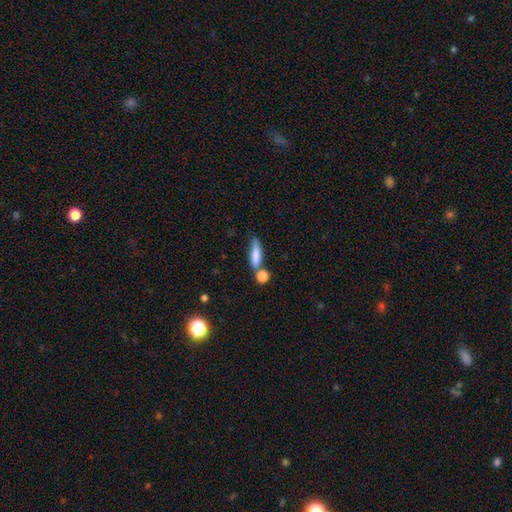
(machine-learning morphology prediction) Smooth or featured? smooth (80%)
How rounded? cigar-shaped (61%)
Merging? none (52%)